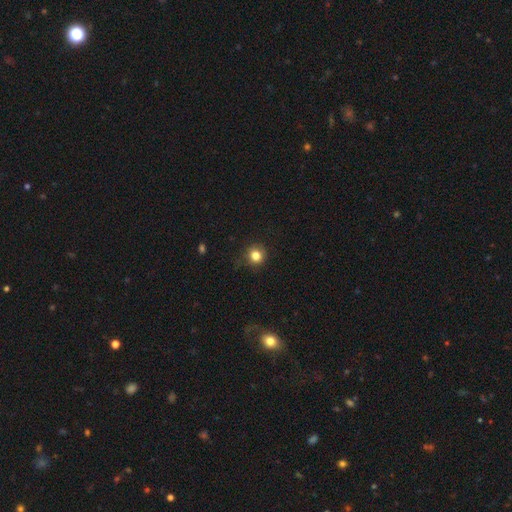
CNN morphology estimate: Smooth or featured? smooth (82%)
How rounded? round (92%)
Merging? none (85%)